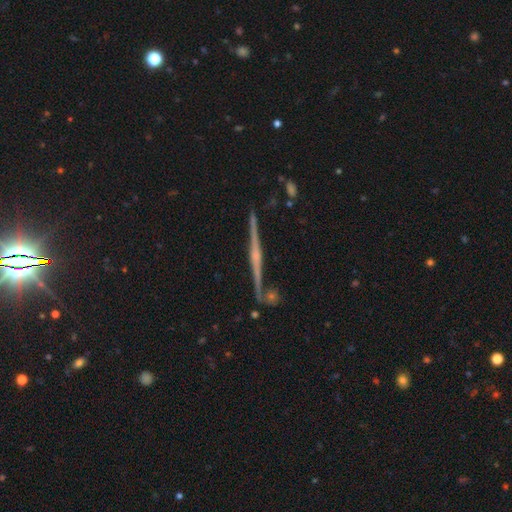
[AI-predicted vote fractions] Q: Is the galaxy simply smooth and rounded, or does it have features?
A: featured or disk — 83%.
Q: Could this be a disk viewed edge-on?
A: yes — 98%.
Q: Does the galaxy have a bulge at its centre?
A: rounded — 69%.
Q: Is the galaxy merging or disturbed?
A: none — 82%.